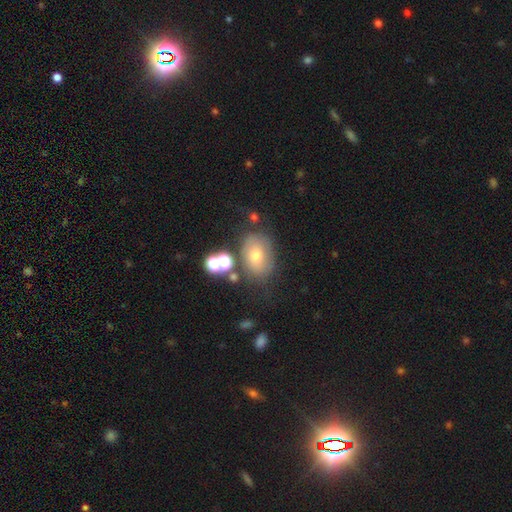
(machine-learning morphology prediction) Smooth or featured? Predicted: smooth (p=0.61). How rounded? Predicted: in between (p=0.75). Merging? Predicted: none (p=0.61).